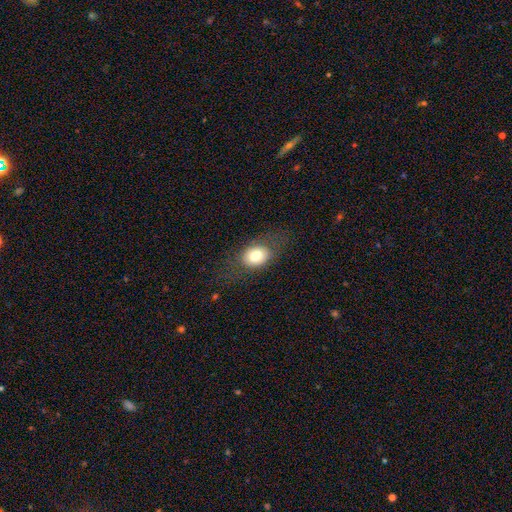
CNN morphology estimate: smooth-or-featured: smooth: 73% | featured or disk: 18% | star or artifact: 9%
  how-rounded: in between: 69% | round: 29% | cigar-shaped: 2%
  merging: none: 71% | minor disturbance: 16% | major disturbance: 11% | merger: 1%